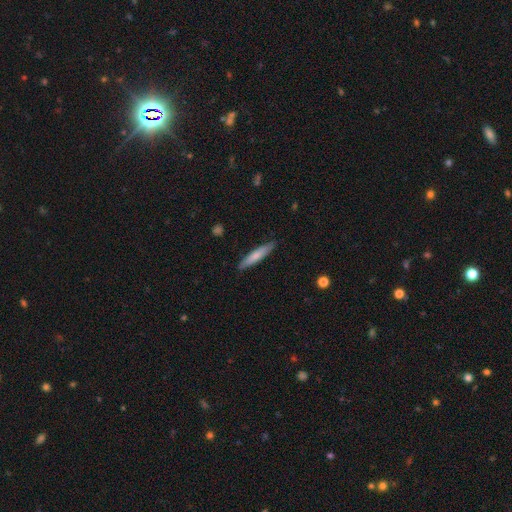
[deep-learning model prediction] Smooth or featured? smooth (74%)
How rounded? cigar-shaped (90%)
Merging? none (88%)